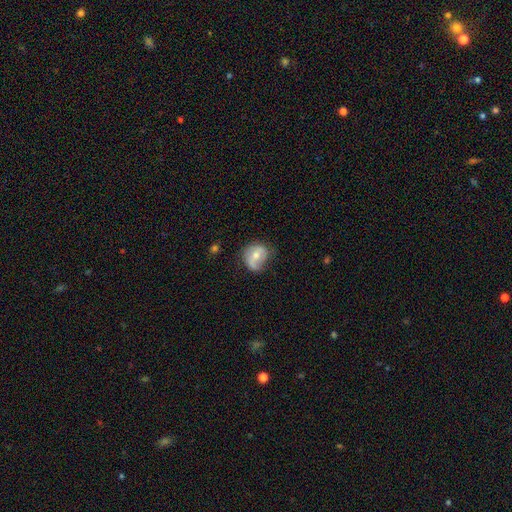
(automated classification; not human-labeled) Morphology: type=smooth (49%); merging=none (54%).